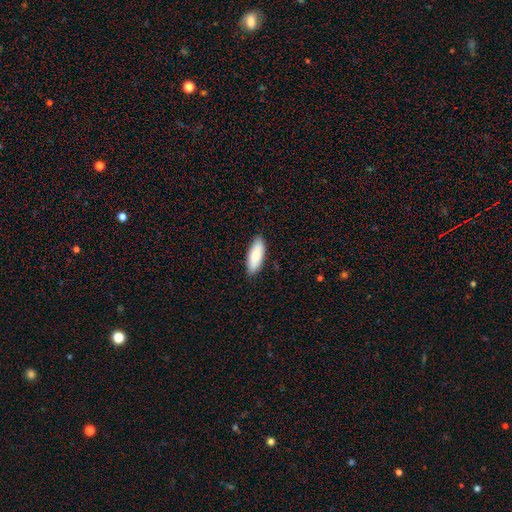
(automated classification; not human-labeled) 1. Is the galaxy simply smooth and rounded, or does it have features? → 85% smooth, 9% featured or disk, 5% star or artifact.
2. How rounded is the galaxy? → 72% in between, 27% cigar-shaped, 2% round.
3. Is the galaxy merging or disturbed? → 87% none, 10% minor disturbance, 2% major disturbance, 1% merger.